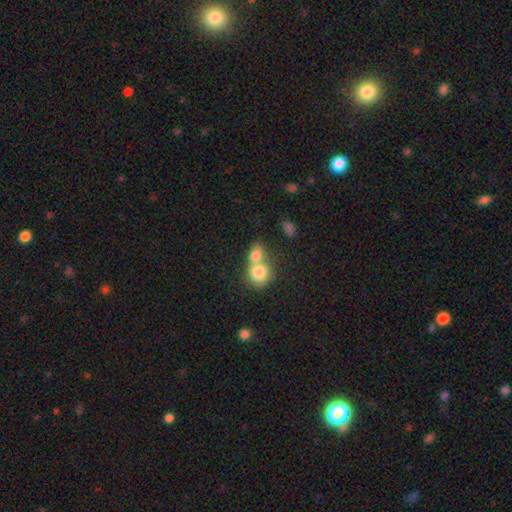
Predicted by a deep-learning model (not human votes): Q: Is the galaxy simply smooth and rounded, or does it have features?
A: smooth — 79%.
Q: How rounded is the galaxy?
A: round — 64%.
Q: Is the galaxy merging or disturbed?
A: merger — 68%.